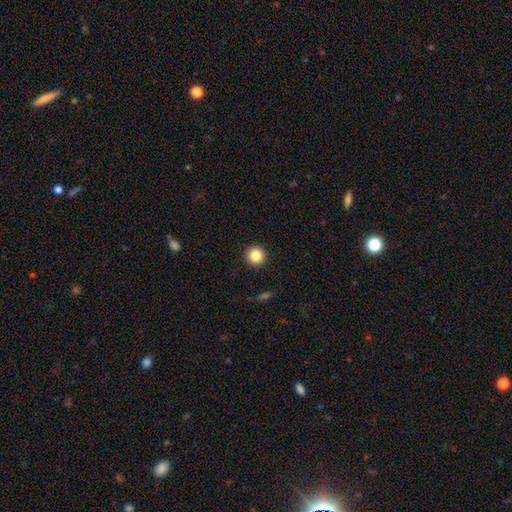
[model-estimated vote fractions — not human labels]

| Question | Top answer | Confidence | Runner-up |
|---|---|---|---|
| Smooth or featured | smooth | 84% | star or artifact (11%) |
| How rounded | round | 95% | in between (4%) |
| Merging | none | 93% | minor disturbance (5%) |